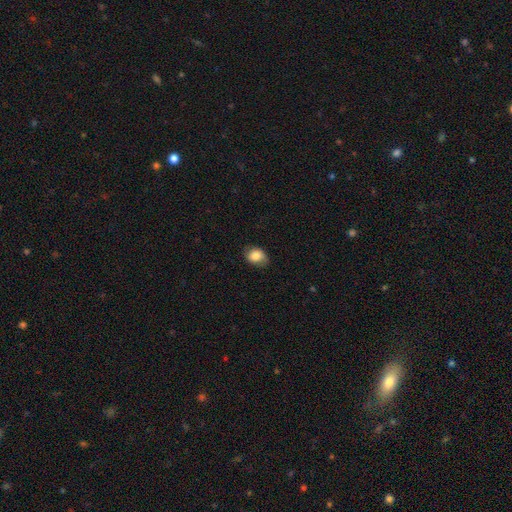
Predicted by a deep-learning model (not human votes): smooth_or_featured: smooth (p=0.80) [alt: featured or disk p=0.11]
how_rounded: in between (p=0.60) [alt: round p=0.39]
merging: none (p=0.71) [alt: minor disturbance p=0.22]